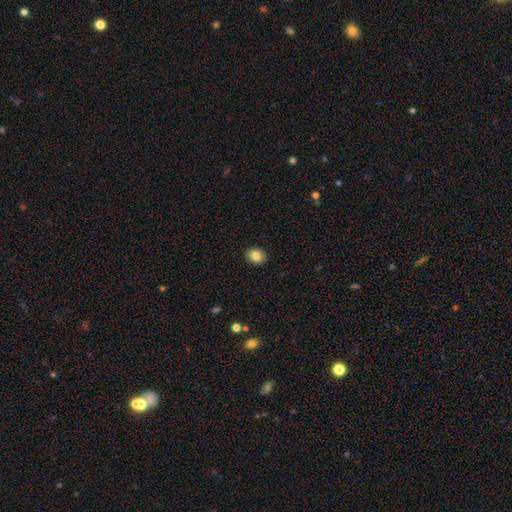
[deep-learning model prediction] A smooth galaxy with no disk features (85%) that is round (54%).

Vote fractions:
- Smooth or featured? smooth: 85% / star or artifact: 9% / featured or disk: 7%
- How rounded? round: 54% / in between: 45% / cigar-shaped: 1%
- Merging? none: 91% / minor disturbance: 6% / major disturbance: 2% / merger: 1%